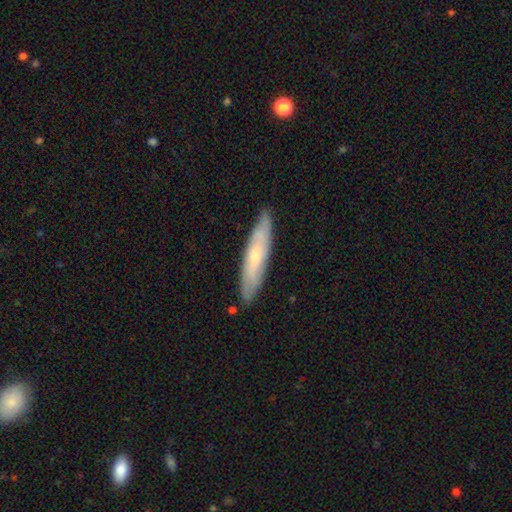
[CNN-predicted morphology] Smooth or featured?
  - smooth: 50% *
  - featured or disk: 44%
  - star or artifact: 6%
Merging?
  - none: 86% *
  - minor disturbance: 11%
  - major disturbance: 2%
  - merger: 1%